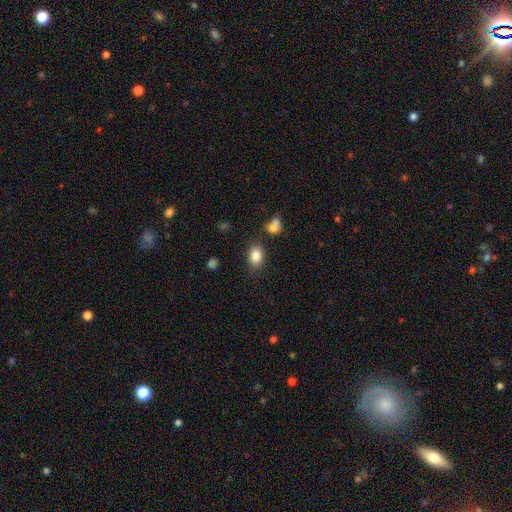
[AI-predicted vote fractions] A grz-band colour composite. It shows a smooth galaxy with no disk features (84%) that is in between round and cigar-shaped (74%). Merging: none (81%).